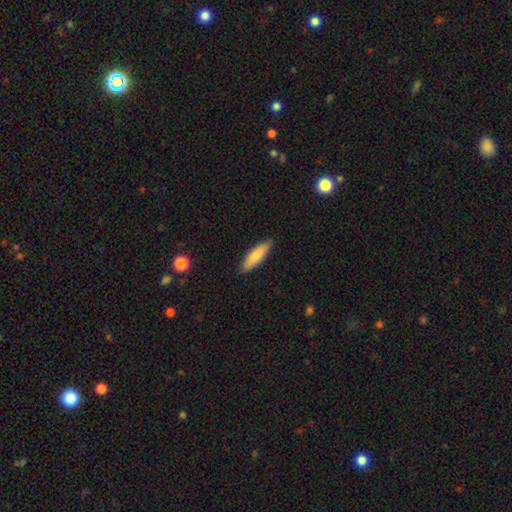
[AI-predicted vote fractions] Overall: smooth (81%). How rounded: cigar-shaped (59%; in between 40%). Merging: none (88%).